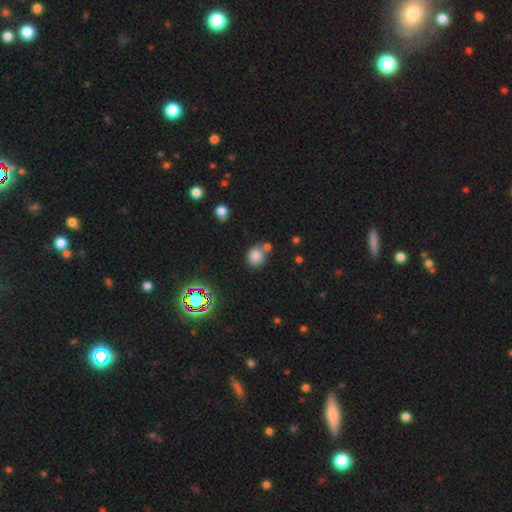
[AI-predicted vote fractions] Smooth or featured? smooth (77%)
How rounded? round (69%)
Merging? none (59%)